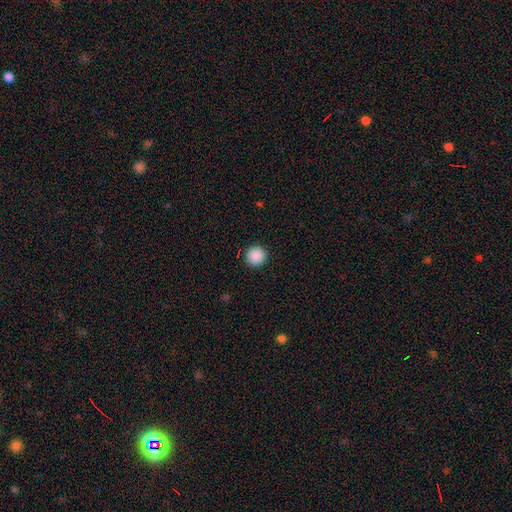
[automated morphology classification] smooth-or-featured: smooth: 89% | star or artifact: 9% | featured or disk: 2%
  how-rounded: round: 96% | in between: 3% | cigar-shaped: 1%
  merging: none: 93% | minor disturbance: 5% | major disturbance: 2% | merger: 1%